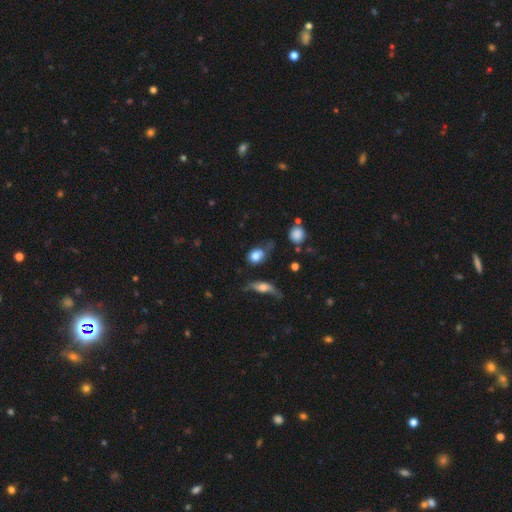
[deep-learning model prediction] Overall: smooth (77%). How rounded: in between (56%; round 42%). Merging: none (37%; minor disturbance 28%).